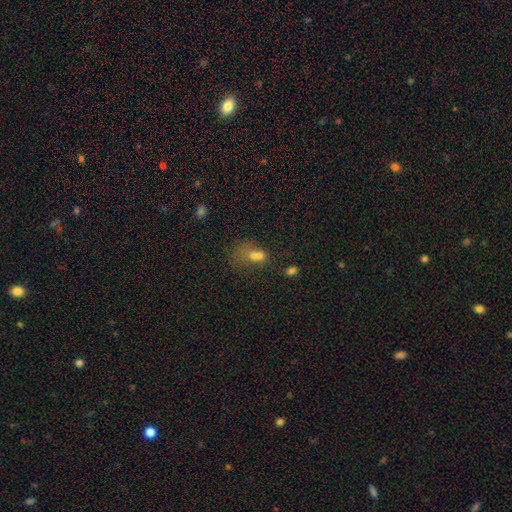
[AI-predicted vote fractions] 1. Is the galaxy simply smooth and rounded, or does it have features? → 61% smooth, 20% star or artifact, 19% featured or disk.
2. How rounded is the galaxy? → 60% in between, 38% round, 3% cigar-shaped.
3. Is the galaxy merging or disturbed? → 44% merger, 24% none, 19% major disturbance, 13% minor disturbance.